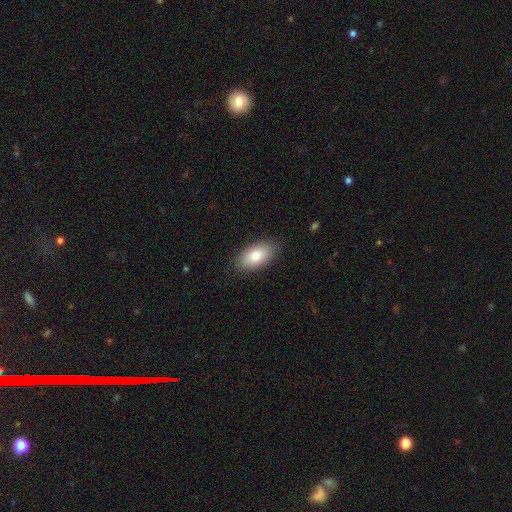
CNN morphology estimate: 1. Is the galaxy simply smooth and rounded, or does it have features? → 81% smooth, 13% featured or disk, 7% star or artifact.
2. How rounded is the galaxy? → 93% in between, 4% cigar-shaped, 4% round.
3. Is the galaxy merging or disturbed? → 86% none, 10% minor disturbance, 2% major disturbance, 1% merger.